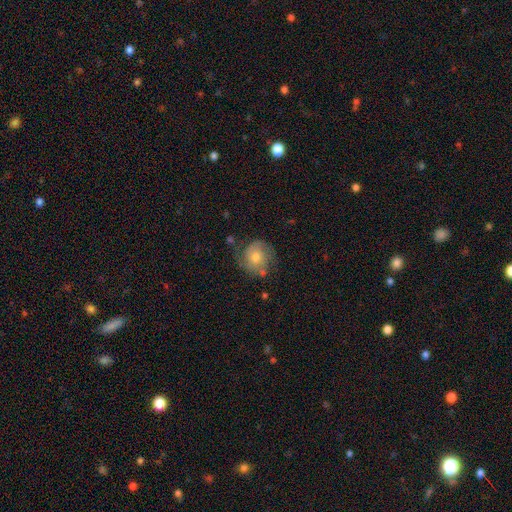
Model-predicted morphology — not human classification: smooth-or-featured: featured or disk: 63% | smooth: 27% | star or artifact: 9%
  disk-edge-on: no: 97% | yes: 3%
    bar: no: 75% | weak: 21% | strong: 4%
    has-spiral-arms: yes: 89% | no: 11%
      spiral-winding: tight: 50% | medium: 37% | loose: 13%
      spiral-arm-count: 2: 64% | can't tell: 17% | 3: 8% | 1: 7% | 4: 2% | more than 4: 2%
    bulge-size: moderate: 62% | small: 30% | large: 5% | none: 2% | dominant: 1%
  merging: none: 69% | minor disturbance: 19% | major disturbance: 8% | merger: 4%